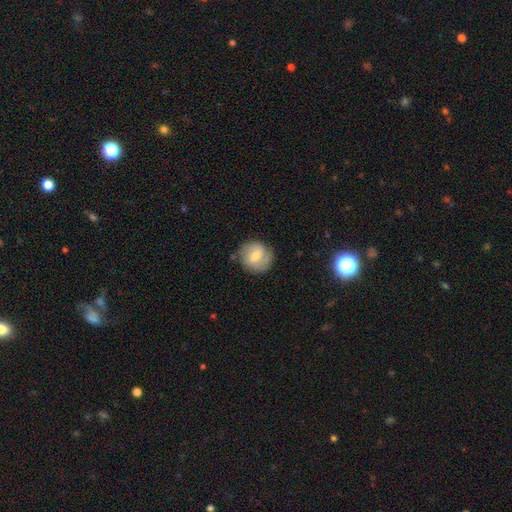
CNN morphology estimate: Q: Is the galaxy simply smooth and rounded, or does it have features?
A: smooth — 51%.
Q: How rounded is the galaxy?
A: round — 85%.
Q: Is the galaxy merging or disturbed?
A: none — 73%.